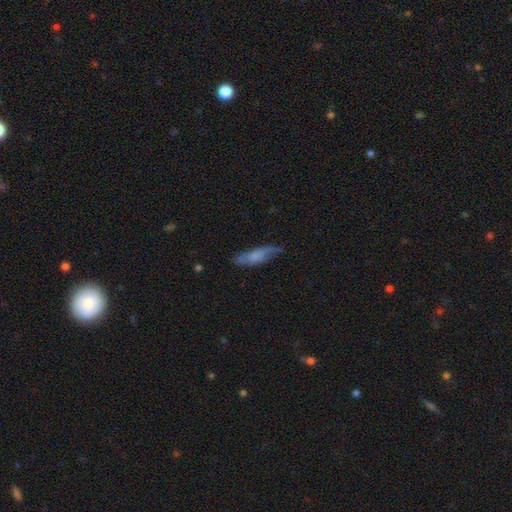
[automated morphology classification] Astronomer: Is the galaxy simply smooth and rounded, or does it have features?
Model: smooth — 50% (runner-up: featured or disk, 42%).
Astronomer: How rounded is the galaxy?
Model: cigar-shaped — 60% (runner-up: in between, 38%).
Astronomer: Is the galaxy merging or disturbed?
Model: none — 64%.